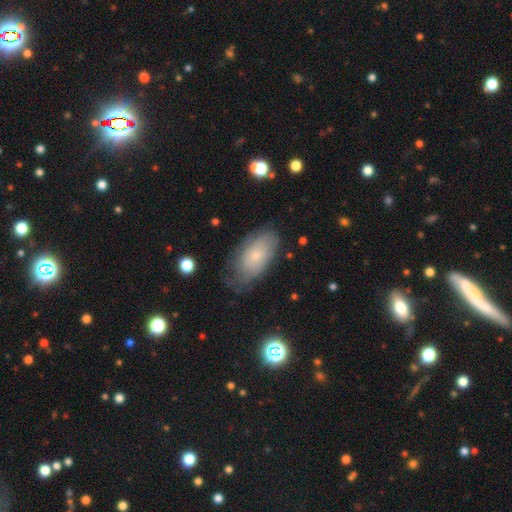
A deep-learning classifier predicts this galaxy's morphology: Smooth or featured: smooth — 50% (featured or disk — 42%)
Merging: none — 62% (minor disturbance — 26%)